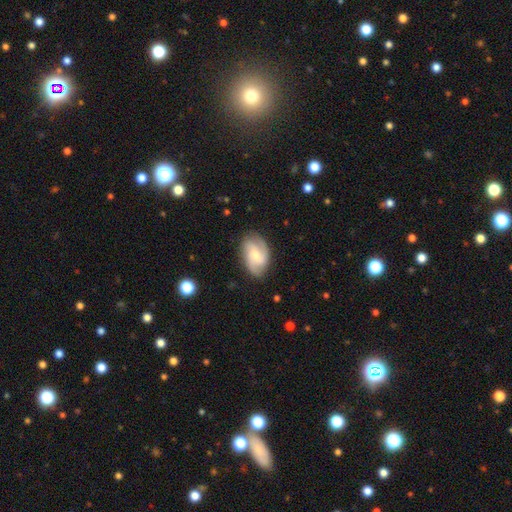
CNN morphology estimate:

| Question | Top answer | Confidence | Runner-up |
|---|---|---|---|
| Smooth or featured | featured or disk | 68% | smooth (26%) |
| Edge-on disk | no | 96% | yes (4%) |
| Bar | no | 47% | weak (43%) |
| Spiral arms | yes | 93% | no (7%) |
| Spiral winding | medium | 46% | tight (31%) |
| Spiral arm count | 2 | 48% | 3 (27%) |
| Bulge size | small | 47% | moderate (46%) |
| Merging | none | 78% | minor disturbance (16%) |